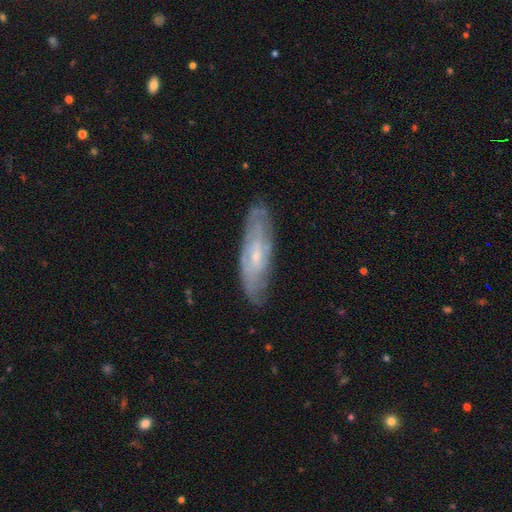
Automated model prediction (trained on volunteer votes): Smooth or featured?
  - featured or disk: 72% *
  - smooth: 22%
  - star or artifact: 7%
Edge-on disk?
  - no: 74% *
  - yes: 26%
Bar?
  - no: 55% *
  - weak: 37%
  - strong: 8%
Spiral arms?
  - yes: 83% *
  - no: 17%
Bulge size?
  - small: 72% *
  - moderate: 22%
  - none: 4%
  - large: 1%
  - dominant: 1%
Merging?
  - none: 78% *
  - minor disturbance: 17%
  - major disturbance: 4%
  - merger: 1%